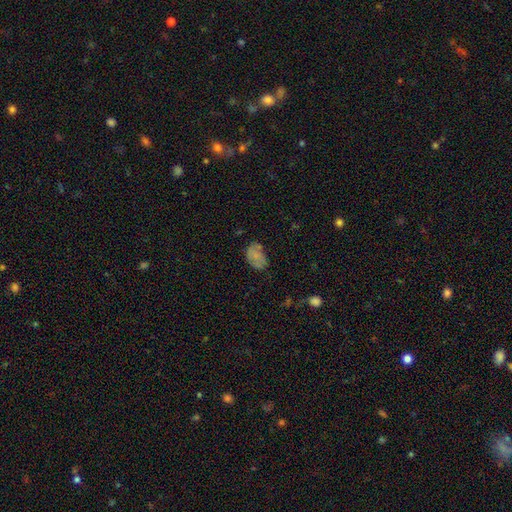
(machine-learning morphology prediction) Smooth or featured? Predicted: smooth (p=0.68). How rounded? Predicted: in between (p=0.86). Merging? Predicted: none (p=0.56).